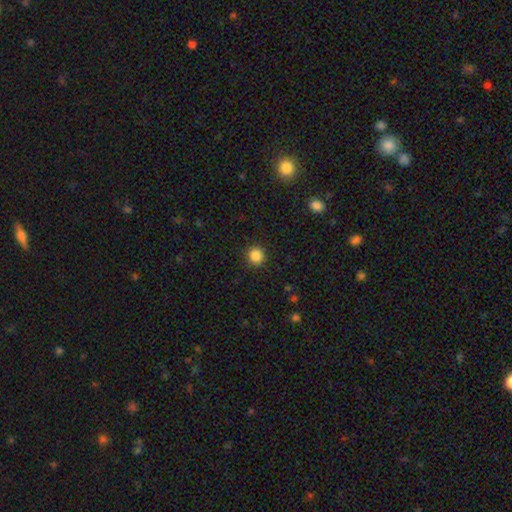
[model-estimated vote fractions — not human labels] smooth 86%, star or artifact 11%, featured or disk 3%. Down the decision tree: how rounded — round (92%); merging — none (90%).